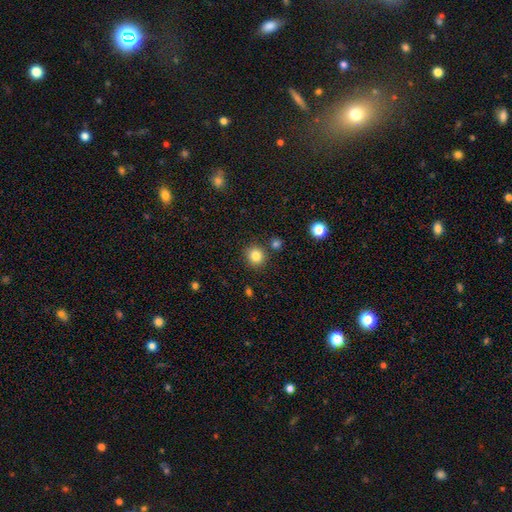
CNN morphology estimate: The model was most divided on "smooth or featured": smooth: 83%, star or artifact: 11%, featured or disk: 5%. More confident: how rounded — round (88%); merging — none (85%).